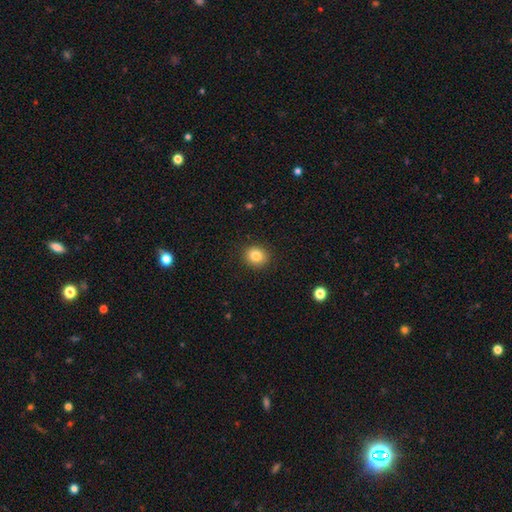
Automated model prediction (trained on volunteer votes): Smooth or featured?
  - smooth: 84% *
  - star or artifact: 10%
  - featured or disk: 6%
How rounded?
  - round: 79% *
  - in between: 20%
  - cigar-shaped: 1%
Merging?
  - none: 90% *
  - minor disturbance: 6%
  - major disturbance: 2%
  - merger: 1%